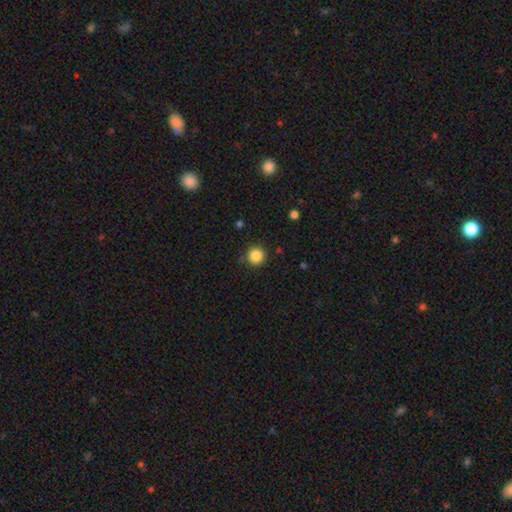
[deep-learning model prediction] A smooth galaxy with no disk features (85%) that is round (95%). Merging: none (88%).